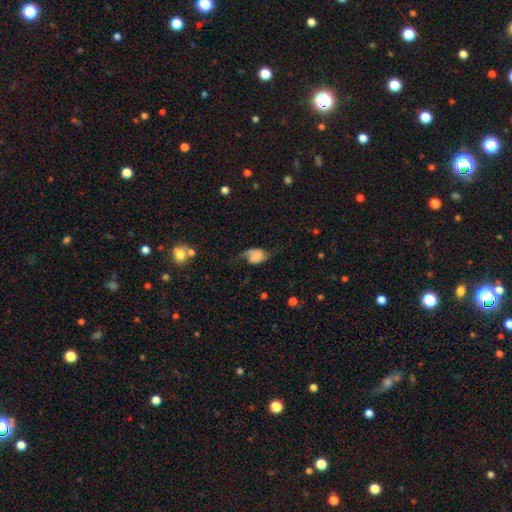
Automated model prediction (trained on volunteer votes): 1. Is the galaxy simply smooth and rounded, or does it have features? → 50% featured or disk, 39% smooth, 11% star or artifact.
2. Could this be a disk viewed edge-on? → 95% no, 5% yes.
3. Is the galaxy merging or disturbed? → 44% none, 28% minor disturbance, 25% major disturbance, 4% merger.